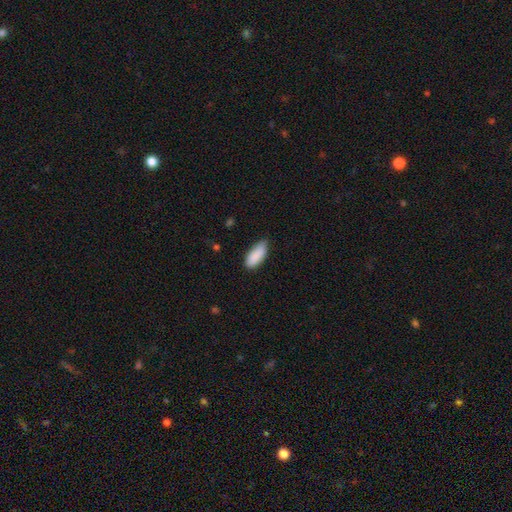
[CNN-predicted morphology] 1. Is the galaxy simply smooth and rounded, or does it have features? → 88% smooth, 6% star or artifact, 5% featured or disk.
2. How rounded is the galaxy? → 80% in between, 18% cigar-shaped, 2% round.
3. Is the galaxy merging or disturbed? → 65% none, 29% minor disturbance, 4% major disturbance, 2% merger.